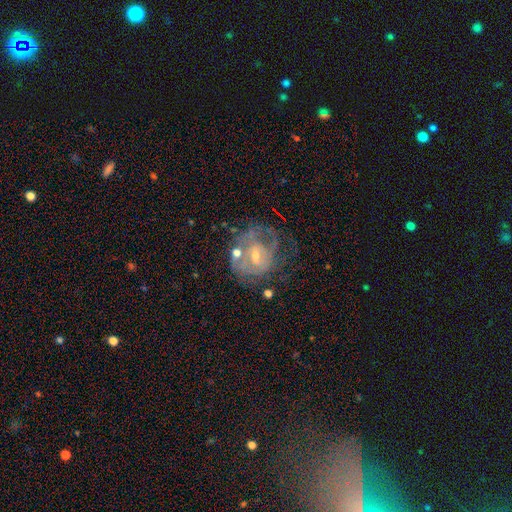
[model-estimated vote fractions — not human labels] Smooth or featured? Predicted: featured or disk (p=0.75). Edge-on disk? Predicted: no (p=0.97). Bar? Predicted: weak (p=0.48). Spiral arms? Predicted: yes (p=0.74). Spiral winding? Predicted: tight (p=0.53). Spiral arm count? Predicted: can't tell (p=0.48). Bulge size? Predicted: small (p=0.60). Merging? Predicted: none (p=0.49).